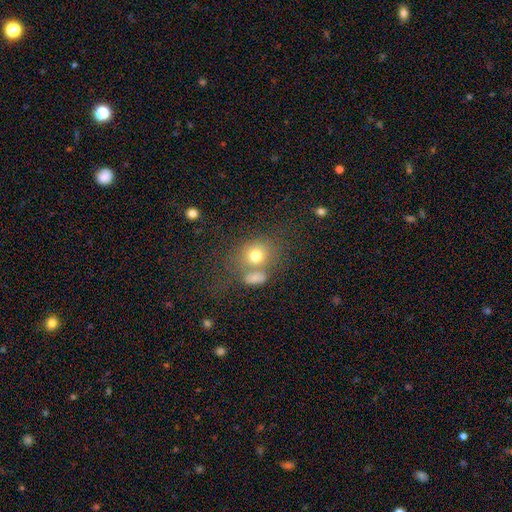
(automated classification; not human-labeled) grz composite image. It shows a smooth galaxy with no disk features (72%) that is round (64%). Merging: none (47%).